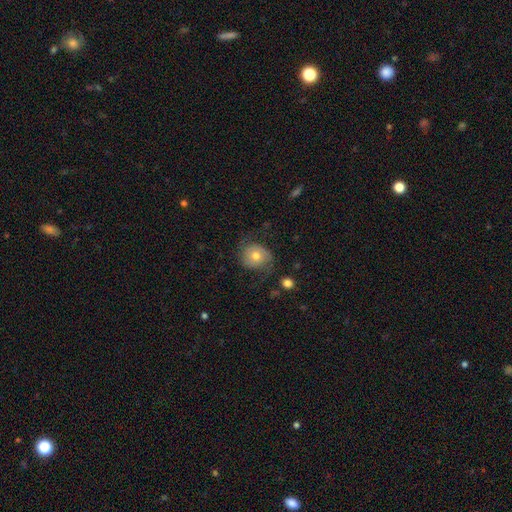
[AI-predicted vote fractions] The model was most divided on "smooth or featured": smooth: 51%, featured or disk: 41%, star or artifact: 8%. More confident: how rounded — round (73%); merging — none (58%).